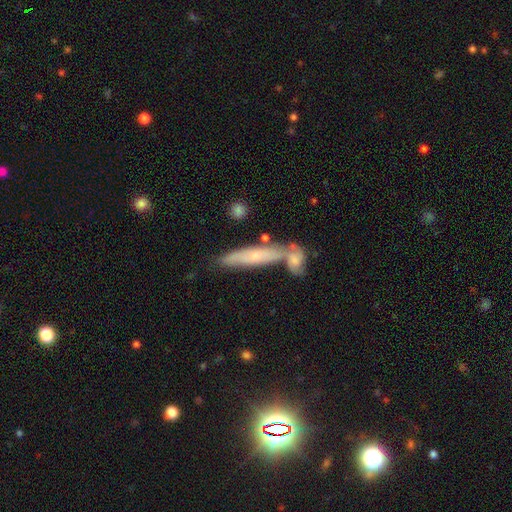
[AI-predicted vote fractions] The model was most divided on "smooth or featured": smooth: 50%, featured or disk: 43%, star or artifact: 8%. More confident: merging — none (51%).